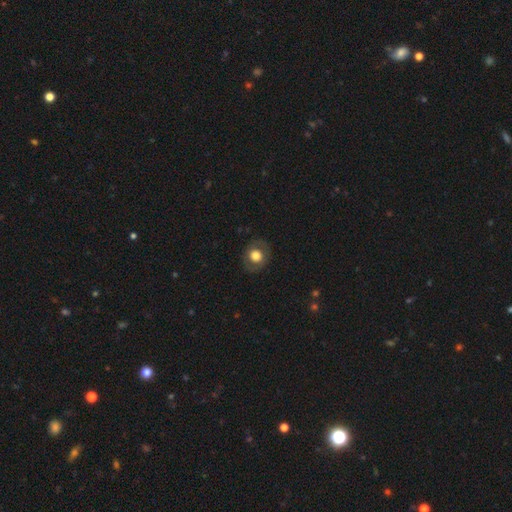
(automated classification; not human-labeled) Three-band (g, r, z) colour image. It shows a smooth galaxy with no disk features (67%) that is round (76%). Merging: none (84%).